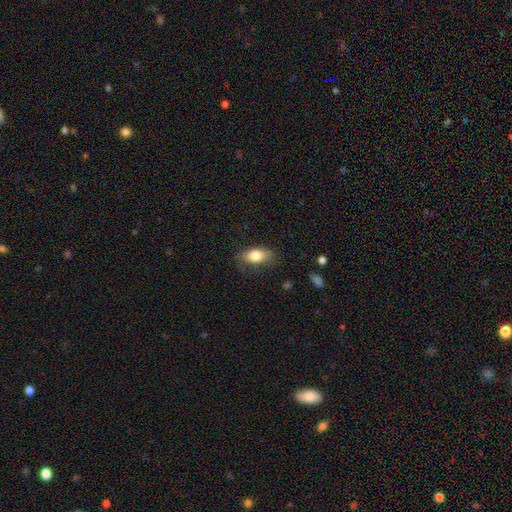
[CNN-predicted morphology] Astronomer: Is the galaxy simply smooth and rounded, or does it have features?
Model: smooth — 79%.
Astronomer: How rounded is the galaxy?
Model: in between — 85%.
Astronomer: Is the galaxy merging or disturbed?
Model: none — 76%.